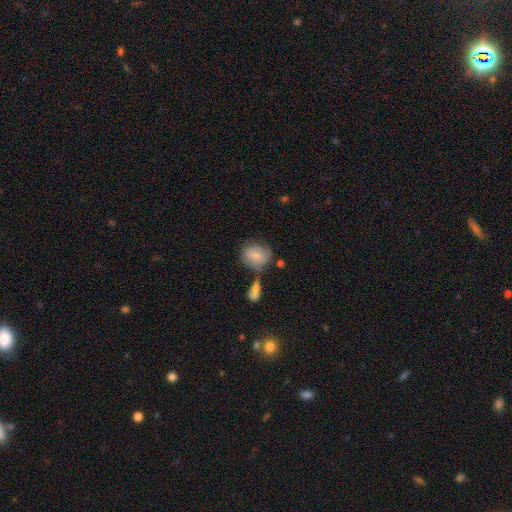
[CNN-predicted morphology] Smooth or featured?
  - smooth: 66% *
  - featured or disk: 27%
  - star or artifact: 7%
How rounded?
  - round: 71% *
  - in between: 28%
  - cigar-shaped: 1%
Merging?
  - none: 47% *
  - merger: 23%
  - minor disturbance: 21%
  - major disturbance: 9%